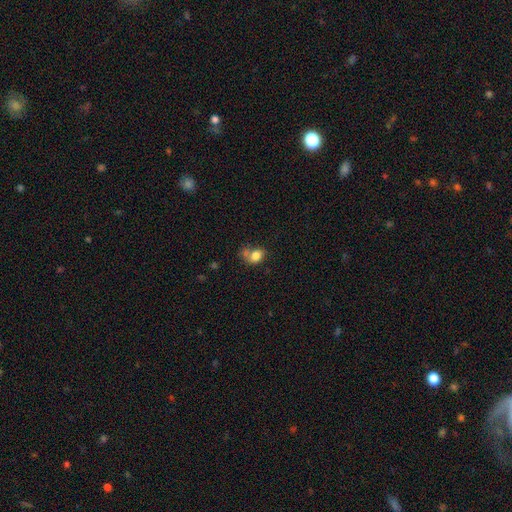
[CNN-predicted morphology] A smooth galaxy with no disk features (79%) that is in between round and cigar-shaped (60%). Merging: none (38%).